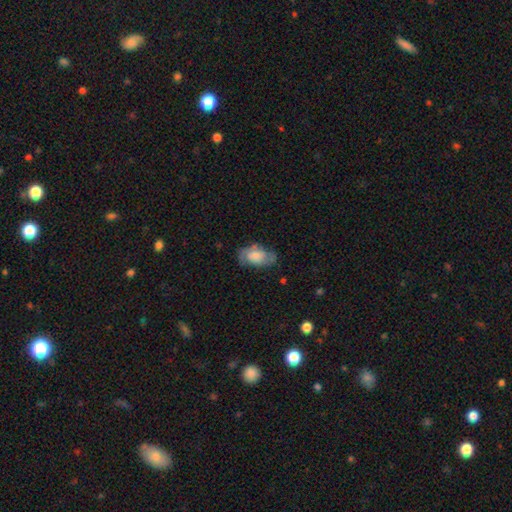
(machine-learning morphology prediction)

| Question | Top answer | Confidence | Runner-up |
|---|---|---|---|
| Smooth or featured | smooth | 52% | featured or disk (40%) |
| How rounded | in between | 90% | round (8%) |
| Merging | none | 60% | minor disturbance (27%) |